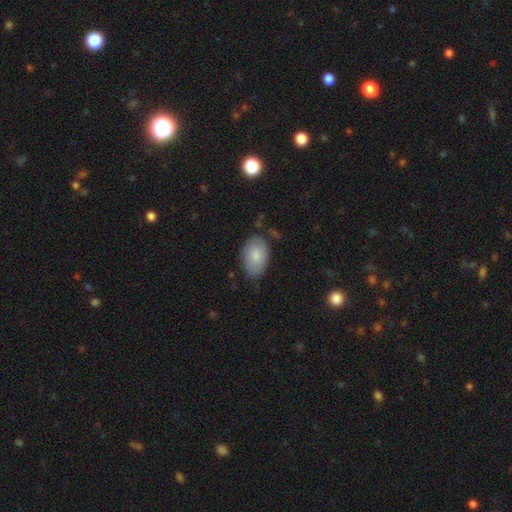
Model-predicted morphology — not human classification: Smooth or featured? Predicted: smooth (p=0.81). How rounded? Predicted: in between (p=0.93). Merging? Predicted: none (p=0.77).